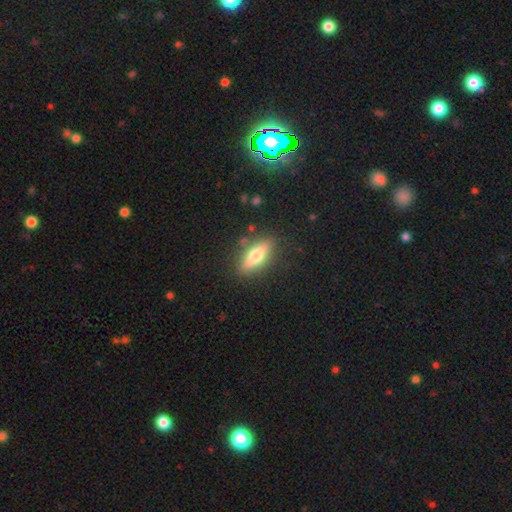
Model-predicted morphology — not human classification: type=smooth (52%); roundness=in between (55%); merging=none (85%).